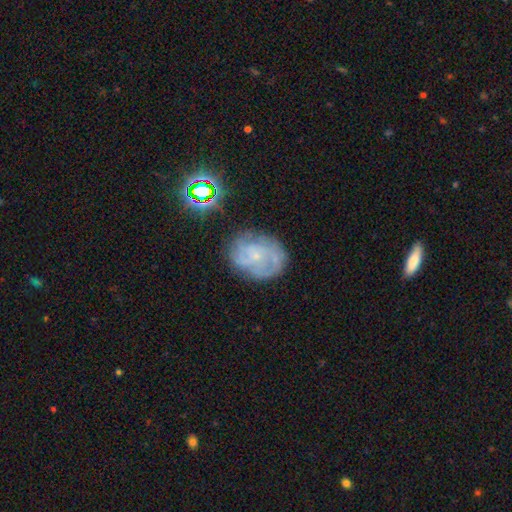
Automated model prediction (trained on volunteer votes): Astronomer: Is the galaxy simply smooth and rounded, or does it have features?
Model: featured or disk — 69%.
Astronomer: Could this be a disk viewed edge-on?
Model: no — 98%.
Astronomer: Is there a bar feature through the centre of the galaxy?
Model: no — 75%.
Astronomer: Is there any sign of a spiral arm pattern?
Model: yes — 85%.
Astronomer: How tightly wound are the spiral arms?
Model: tight — 52% (runner-up: medium, 36%).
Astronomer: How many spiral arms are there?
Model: can't tell — 41% (runner-up: 3, 20%).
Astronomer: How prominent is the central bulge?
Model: small — 76%.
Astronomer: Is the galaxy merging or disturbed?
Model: none — 69%.